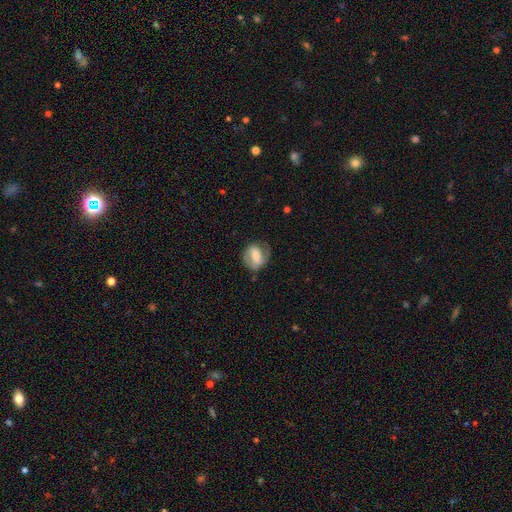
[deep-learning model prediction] Smooth or featured?
  - featured or disk: 54% *
  - smooth: 39%
  - star or artifact: 7%
Edge-on disk?
  - no: 95% *
  - yes: 5%
Bar?
  - weak: 39% * (tied)
  - strong: 39% * (tied)
  - no: 22%
Spiral arms?
  - yes: 73% *
  - no: 27%
Bulge size?
  - moderate: 50% *
  - small: 32%
  - large: 11%
  - none: 5%
  - dominant: 2%
Merging?
  - none: 64% *
  - minor disturbance: 23%
  - major disturbance: 12%
  - merger: 2%